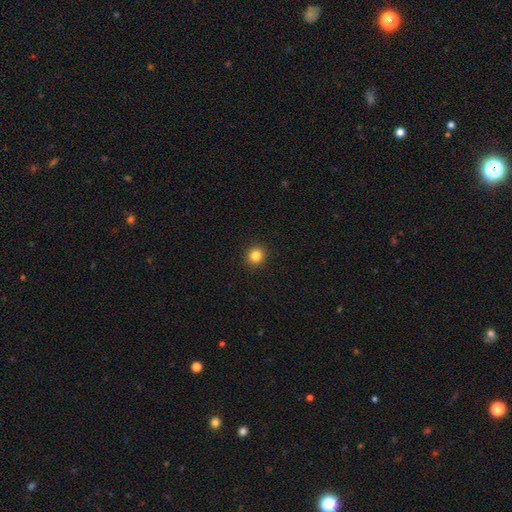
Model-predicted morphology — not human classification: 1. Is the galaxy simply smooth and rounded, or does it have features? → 84% smooth, 11% star or artifact, 5% featured or disk.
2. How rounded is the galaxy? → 88% round, 11% in between, 1% cigar-shaped.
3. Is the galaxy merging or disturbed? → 92% none, 5% minor disturbance, 2% major disturbance, 1% merger.